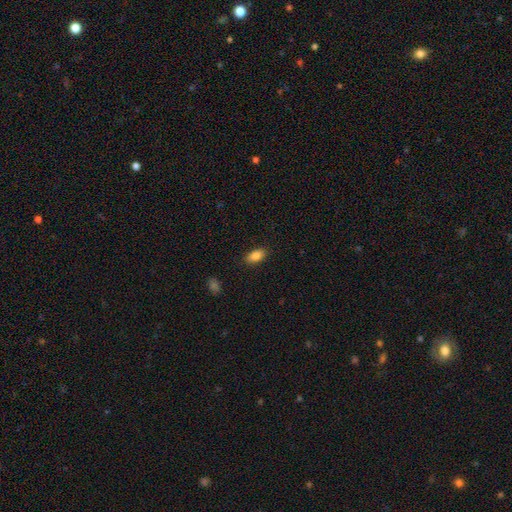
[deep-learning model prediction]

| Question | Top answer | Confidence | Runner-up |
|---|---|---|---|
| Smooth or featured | smooth | 86% | star or artifact (8%) |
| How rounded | in between | 90% | cigar-shaped (6%) |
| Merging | none | 88% | minor disturbance (9%) |